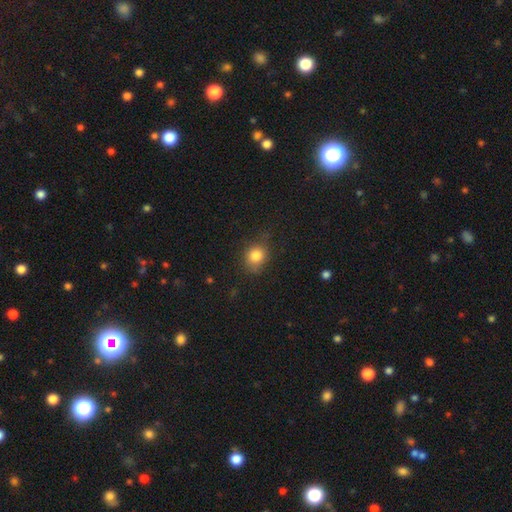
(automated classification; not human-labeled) Smooth or featured? Predicted: smooth (p=0.83). How rounded? Predicted: round (p=0.71). Merging? Predicted: none (p=0.74).